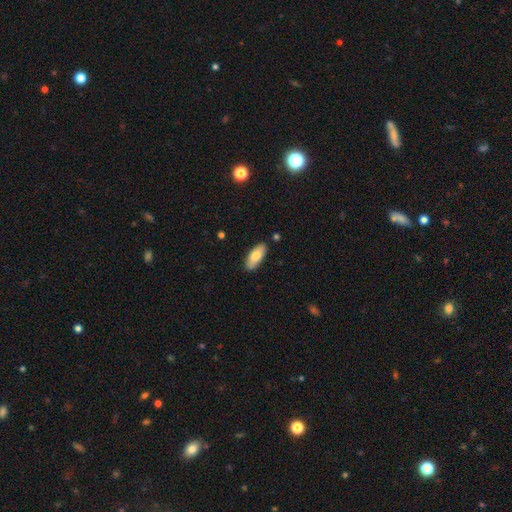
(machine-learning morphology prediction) A smooth galaxy with no disk features (75%) that is in between round and cigar-shaped (84%). Merging: none (87%).